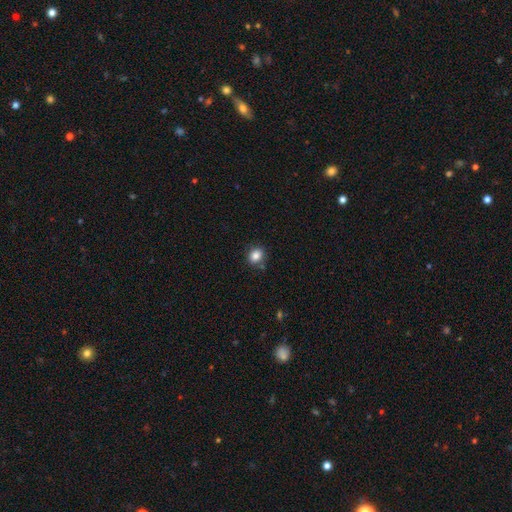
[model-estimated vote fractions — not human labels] Overall: smooth (84%). How rounded: round (60%; in between 39%). Merging: none (82%).